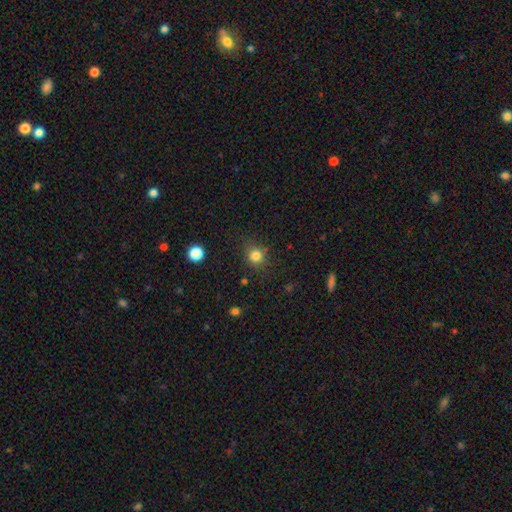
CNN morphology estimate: Q: Smooth or featured?
A: smooth (81%); runner-up: star or artifact (13%)
Q: How rounded?
A: round (85%); runner-up: in between (14%)
Q: Merging?
A: none (83%); runner-up: minor disturbance (11%)